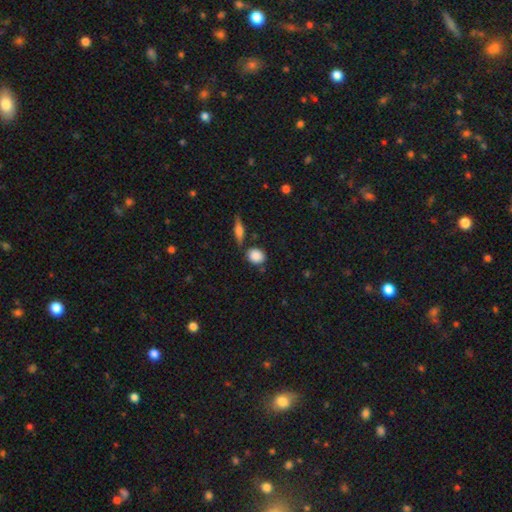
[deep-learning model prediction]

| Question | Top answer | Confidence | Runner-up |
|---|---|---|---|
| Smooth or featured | smooth | 86% | star or artifact (8%) |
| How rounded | round | 55% | in between (42%) |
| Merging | none | 74% | minor disturbance (14%) |